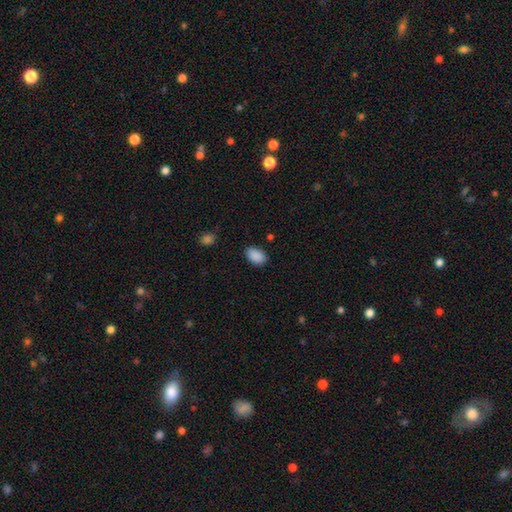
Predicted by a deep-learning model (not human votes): Overall: smooth (90%). How rounded: in between (89%). Merging: none (85%).